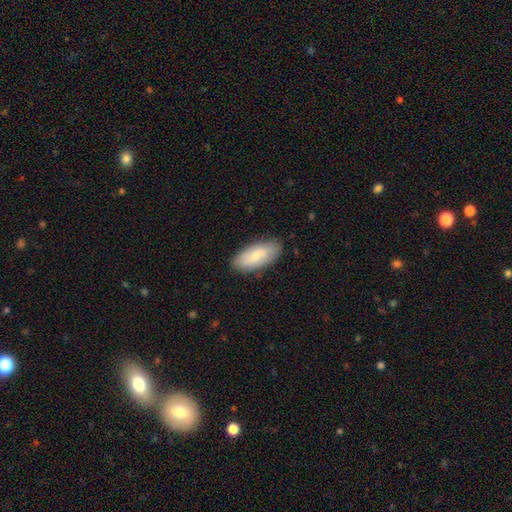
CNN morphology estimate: Smooth or featured? smooth (71%)
How rounded? in between (88%)
Merging? none (84%)